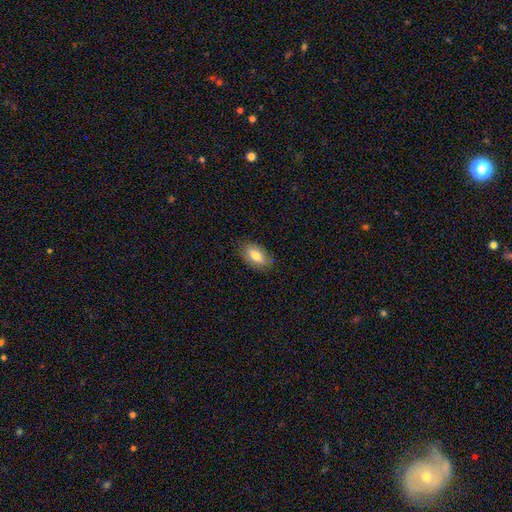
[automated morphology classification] type=smooth (80%); roundness=in between (91%); merging=none (84%).